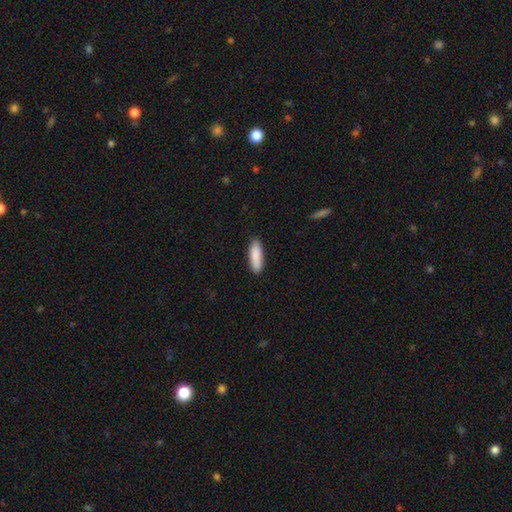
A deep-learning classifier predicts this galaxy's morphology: smooth-or-featured: smooth: 89% | featured or disk: 6% | star or artifact: 5%
  how-rounded: cigar-shaped: 51% | in between: 47% | round: 2%
  merging: none: 89% | minor disturbance: 8% | major disturbance: 2% | merger: 1%